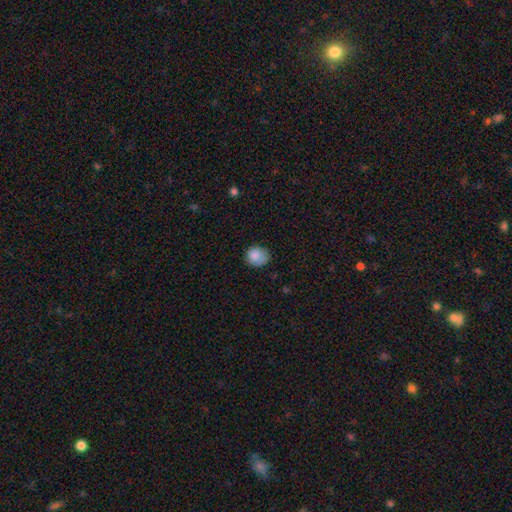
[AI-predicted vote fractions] Q: Smooth or featured?
A: smooth (85%); runner-up: star or artifact (9%)
Q: How rounded?
A: round (76%); runner-up: in between (23%)
Q: Merging?
A: none (67%); runner-up: minor disturbance (25%)